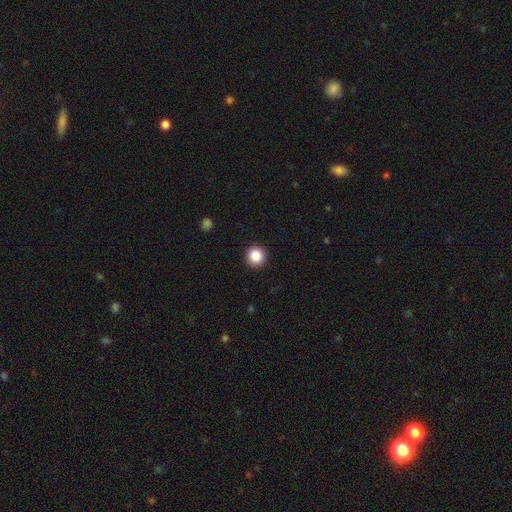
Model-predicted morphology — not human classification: smooth-or-featured: smooth: 87% | star or artifact: 10% | featured or disk: 3%
  how-rounded: round: 95% | in between: 4% | cigar-shaped: 1%
  merging: none: 93% | minor disturbance: 5% | major disturbance: 2% | merger: 1%